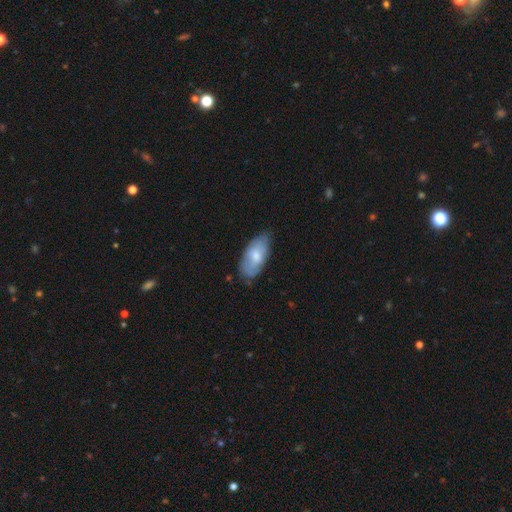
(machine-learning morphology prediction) smooth-or-featured: smooth: 62% | featured or disk: 32% | star or artifact: 6%
  how-rounded: in between: 91% | cigar-shaped: 6% | round: 3%
  merging: none: 64% | minor disturbance: 29% | major disturbance: 6% | merger: 1%